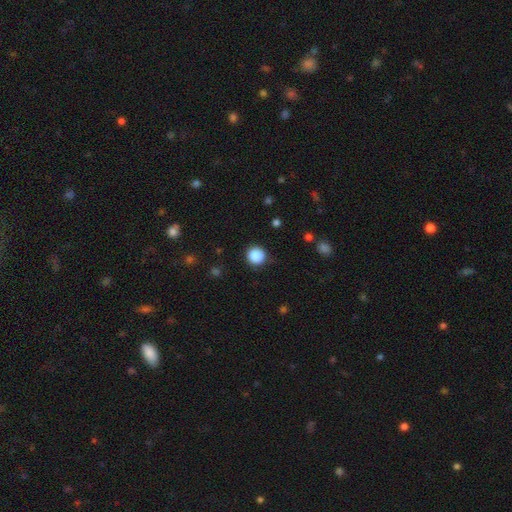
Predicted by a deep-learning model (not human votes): Smooth or featured? Predicted: smooth (p=0.88). How rounded? Predicted: round (p=0.94). Merging? Predicted: none (p=0.89).